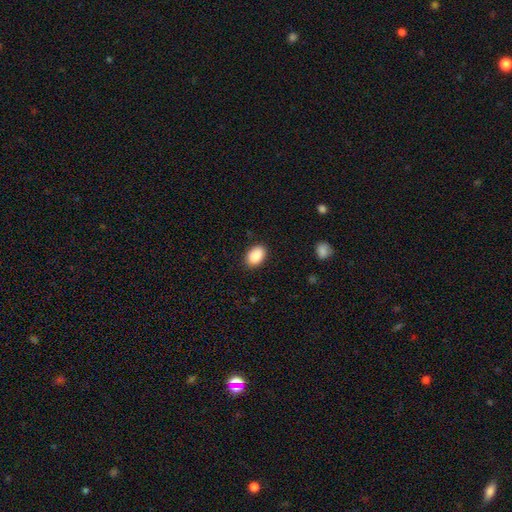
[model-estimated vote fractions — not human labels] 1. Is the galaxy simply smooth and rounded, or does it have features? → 90% smooth, 7% star or artifact, 3% featured or disk.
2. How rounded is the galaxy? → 86% in between, 13% round, 1% cigar-shaped.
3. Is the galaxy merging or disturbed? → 87% none, 9% minor disturbance, 2% major disturbance, 1% merger.